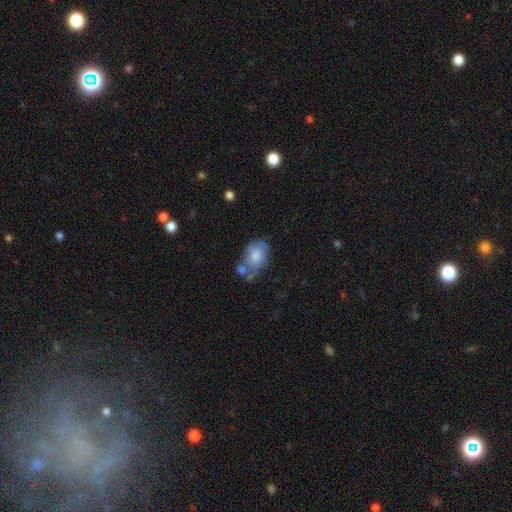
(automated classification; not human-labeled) A smooth galaxy with no disk features (71%) that is in between round and cigar-shaped (82%). Merging: none (34%).